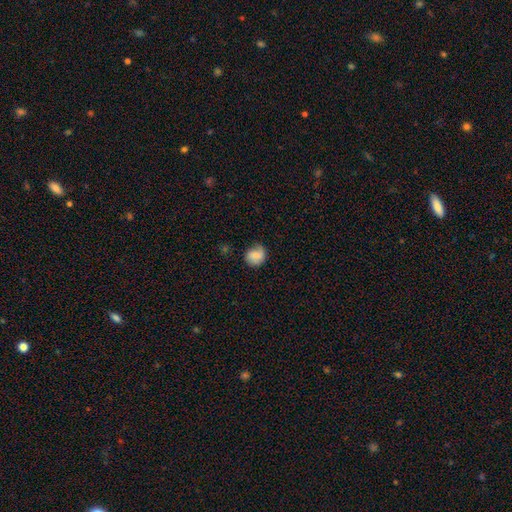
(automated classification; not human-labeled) smooth-or-featured: smooth: 77% | featured or disk: 15% | star or artifact: 8%
  how-rounded: round: 79% | in between: 20% | cigar-shaped: 1%
  merging: none: 68% | minor disturbance: 24% | major disturbance: 6% | merger: 1%